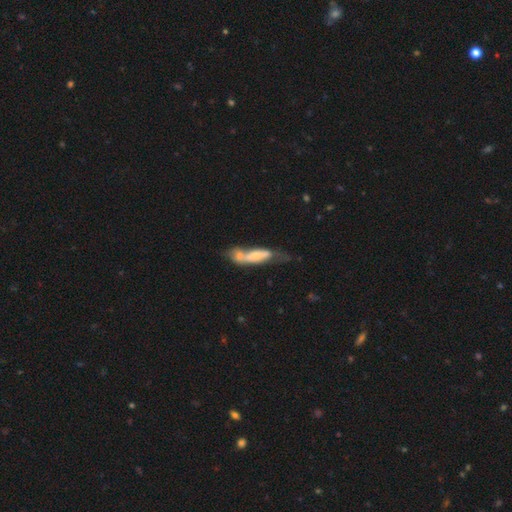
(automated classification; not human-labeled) Smooth or featured? Predicted: smooth (p=0.51). How rounded? Predicted: cigar-shaped (p=0.53). Merging? Predicted: merger (p=0.56).